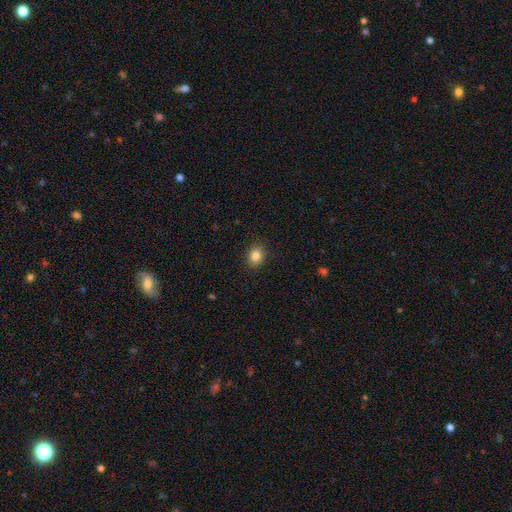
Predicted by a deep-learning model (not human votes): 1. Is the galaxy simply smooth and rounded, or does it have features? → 83% smooth, 10% star or artifact, 6% featured or disk.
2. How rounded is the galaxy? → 51% round, 48% in between, 1% cigar-shaped.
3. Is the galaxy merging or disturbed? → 89% none, 8% minor disturbance, 2% major disturbance, 1% merger.